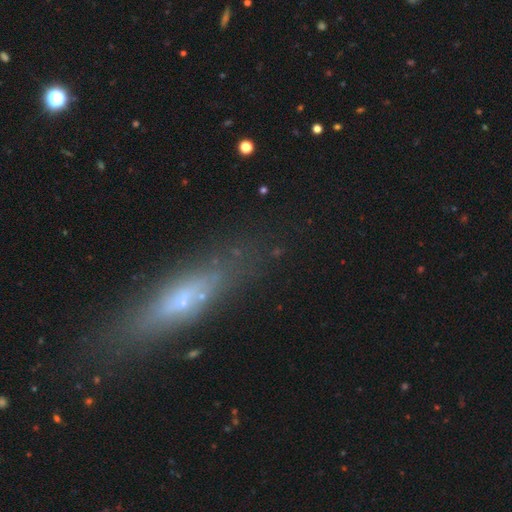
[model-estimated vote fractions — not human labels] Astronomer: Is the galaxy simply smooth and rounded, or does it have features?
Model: featured or disk — 47% (runner-up: smooth, 37%).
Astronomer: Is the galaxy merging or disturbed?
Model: none — 83%.